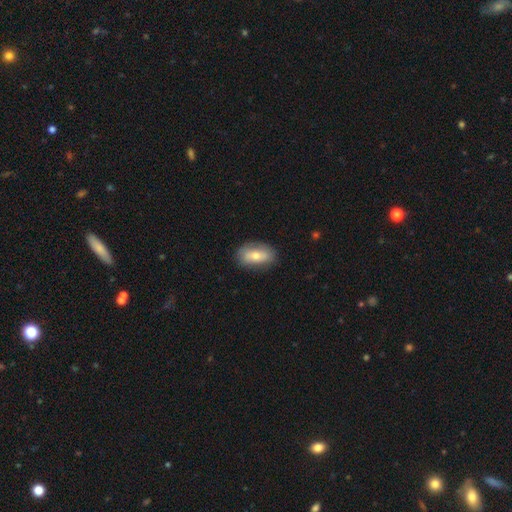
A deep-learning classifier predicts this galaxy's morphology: Smooth or featured? smooth (66%)
How rounded? in between (87%)
Merging? none (80%)